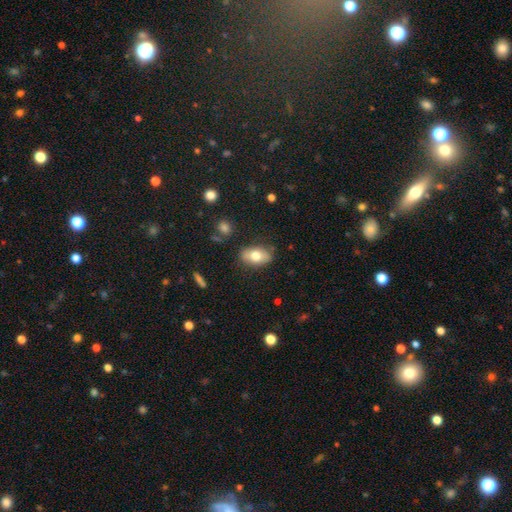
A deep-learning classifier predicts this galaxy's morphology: Overall: smooth (72%). How rounded: in between (88%). Merging: none (81%).